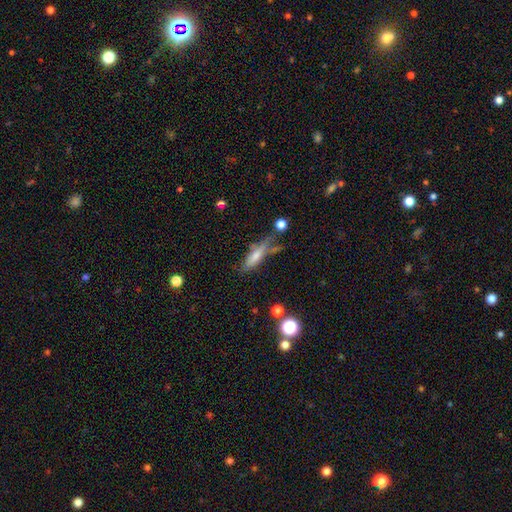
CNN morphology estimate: This is possibly a smooth galaxy (51%). How rounded: likely cigar-shaped (72%). Merging: possibly none (53%).